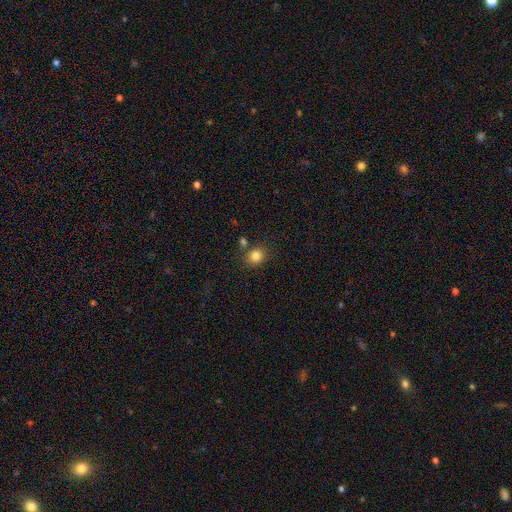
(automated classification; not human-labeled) Smooth or featured? Predicted: smooth (p=0.83). How rounded? Predicted: round (p=0.81). Merging? Predicted: none (p=0.76).